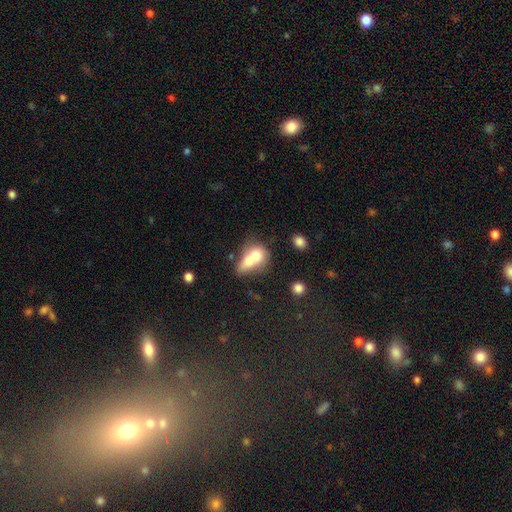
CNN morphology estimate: type=smooth (67%); roundness=in between (50%); merging=merger (76%).